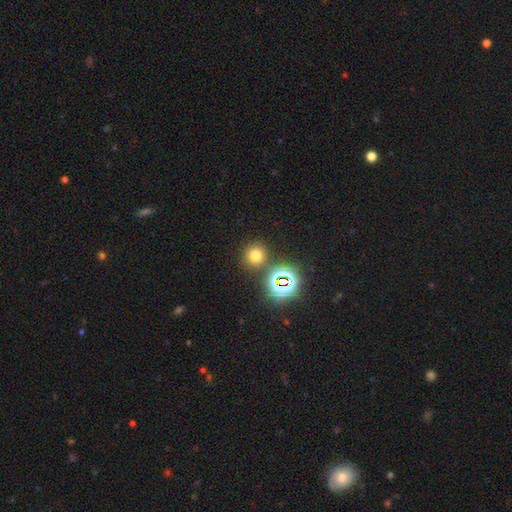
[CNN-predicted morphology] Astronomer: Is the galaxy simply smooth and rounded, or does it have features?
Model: smooth — 67%.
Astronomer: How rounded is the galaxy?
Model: round — 90%.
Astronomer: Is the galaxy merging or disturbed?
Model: none — 81%.